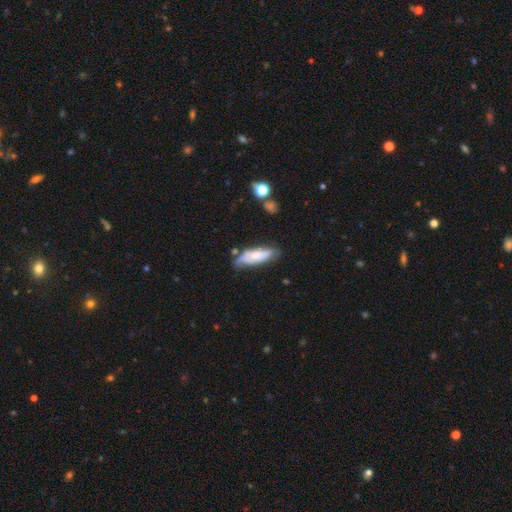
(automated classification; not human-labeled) smooth 61%, featured or disk 33%, star or artifact 7%. Down the decision tree: how rounded — in between (55%); merging — none (57%).